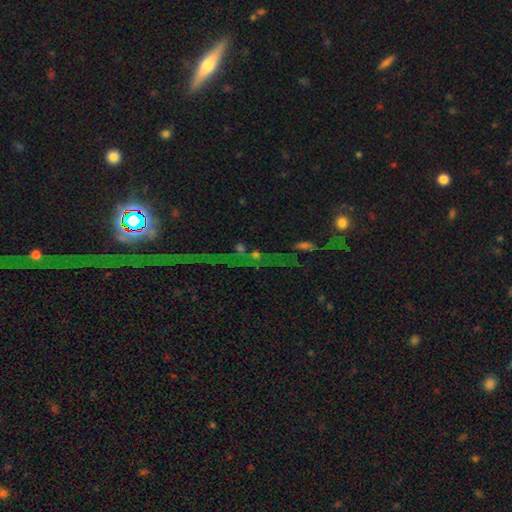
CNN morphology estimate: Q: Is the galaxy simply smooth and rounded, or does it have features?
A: star or artifact — 59%.